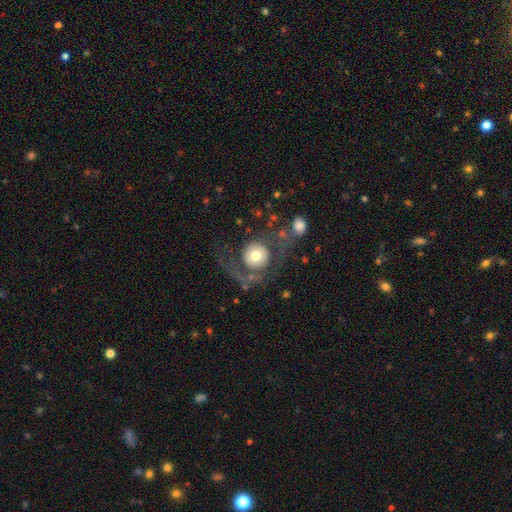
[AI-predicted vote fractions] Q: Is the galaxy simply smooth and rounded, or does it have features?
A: smooth — 56%.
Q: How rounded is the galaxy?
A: round — 92%.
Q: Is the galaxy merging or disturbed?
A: none — 40%.